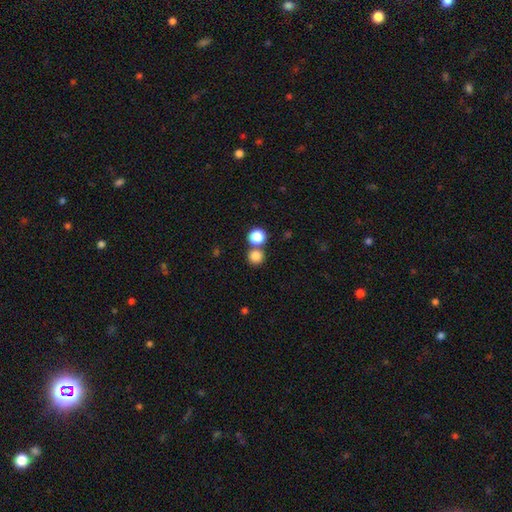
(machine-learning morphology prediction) Overall: smooth (81%). How rounded: round (92%). Merging: none (65%; merger 26%).